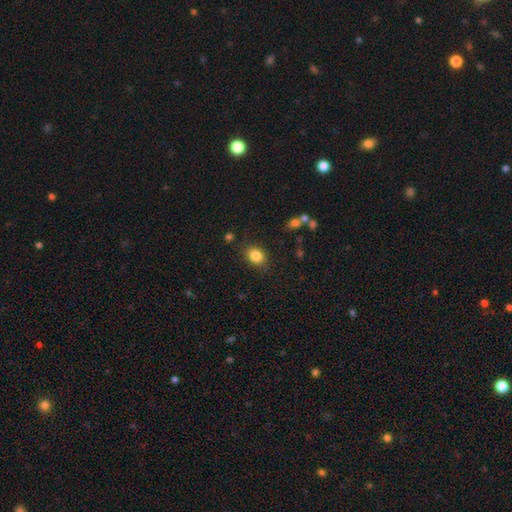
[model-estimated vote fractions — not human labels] This is clearly a smooth galaxy (84%). How rounded: possibly in between (58%). Merging: clearly none (83%).